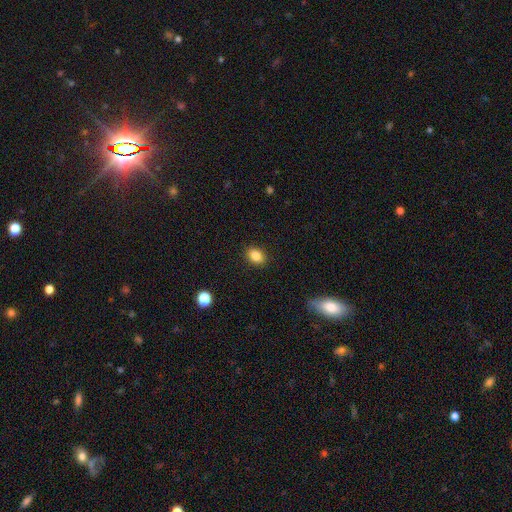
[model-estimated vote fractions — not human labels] smooth_or_featured: smooth (p=0.85) [alt: star or artifact p=0.10]
how_rounded: in between (p=0.63) [alt: round p=0.36]
merging: none (p=0.89) [alt: minor disturbance p=0.07]